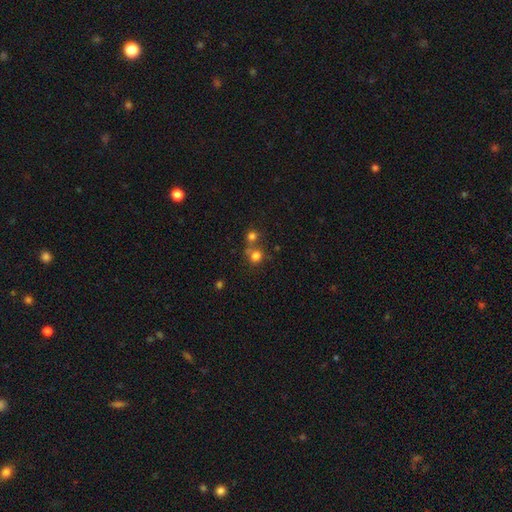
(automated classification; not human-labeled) smooth-or-featured: smooth: 75% | star or artifact: 16% | featured or disk: 10%
  how-rounded: round: 82% | in between: 17% | cigar-shaped: 1%
  merging: none: 46% | merger: 42% | minor disturbance: 8% | major disturbance: 5%